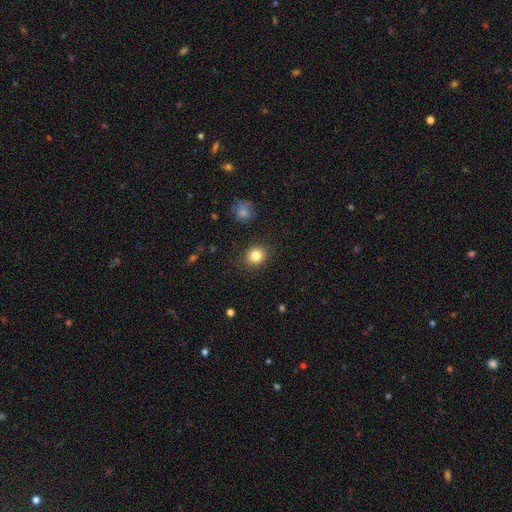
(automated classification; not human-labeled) Smooth or featured? Predicted: smooth (p=0.83). How rounded? Predicted: round (p=0.71). Merging? Predicted: none (p=0.87).